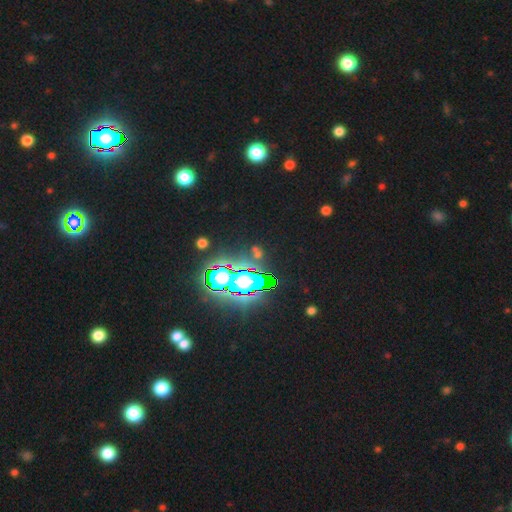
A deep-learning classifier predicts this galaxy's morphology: This is likely a star or artifact rather than a galaxy (76%).